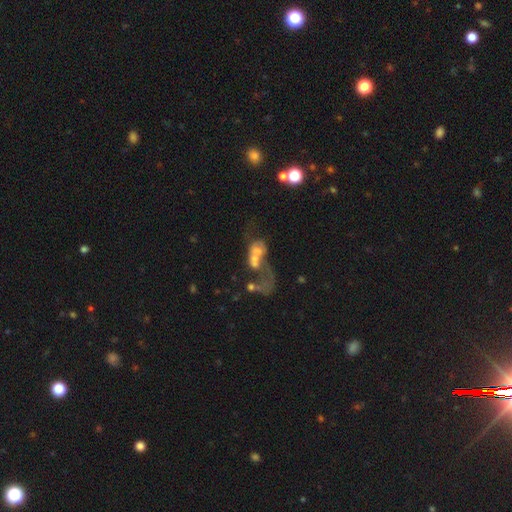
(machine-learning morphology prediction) This is possibly a featured or disk galaxy (54%). It is clearly not viewed edge-on (96%). Bar: likely no (79%). Spiral arm pattern: likely no (65%). Central bulge: marginally moderate (33%). Merging: likely merger (62%).